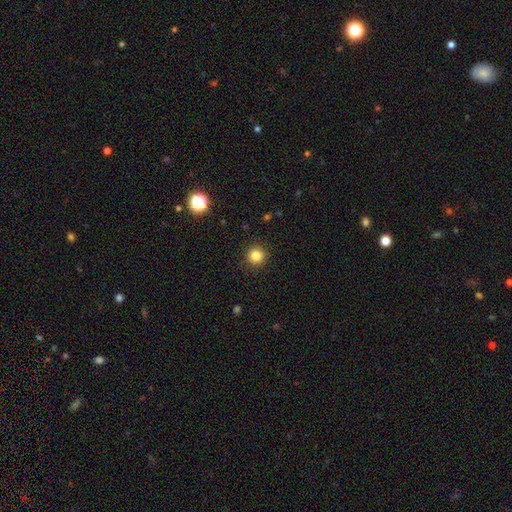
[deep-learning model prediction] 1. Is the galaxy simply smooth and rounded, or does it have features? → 83% smooth, 12% star or artifact, 4% featured or disk.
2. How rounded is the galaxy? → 95% round, 4% in between, 1% cigar-shaped.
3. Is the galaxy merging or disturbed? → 92% none, 5% minor disturbance, 2% major disturbance, 1% merger.